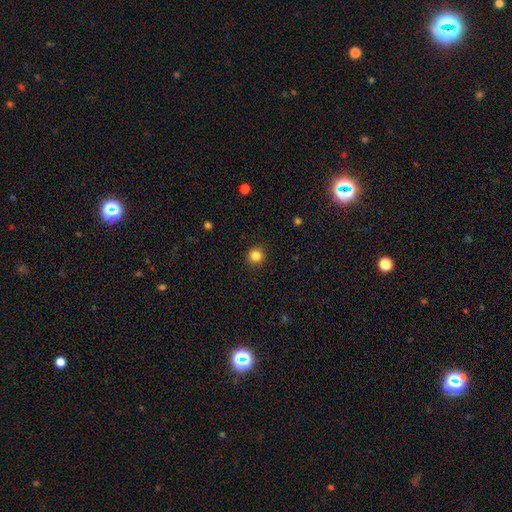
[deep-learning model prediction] Q: Smooth or featured?
A: smooth (84%); runner-up: star or artifact (12%)
Q: How rounded?
A: round (95%); runner-up: in between (4%)
Q: Merging?
A: none (92%); runner-up: minor disturbance (5%)